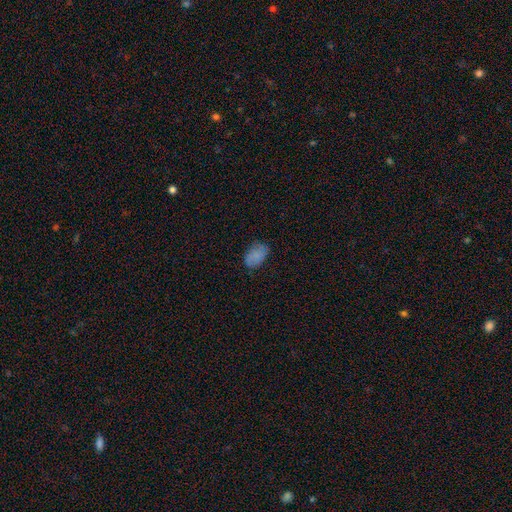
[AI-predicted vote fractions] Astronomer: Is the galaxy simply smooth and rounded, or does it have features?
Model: smooth — 81%.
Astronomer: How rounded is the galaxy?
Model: in between — 88%.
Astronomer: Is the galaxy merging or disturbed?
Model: none — 70%.